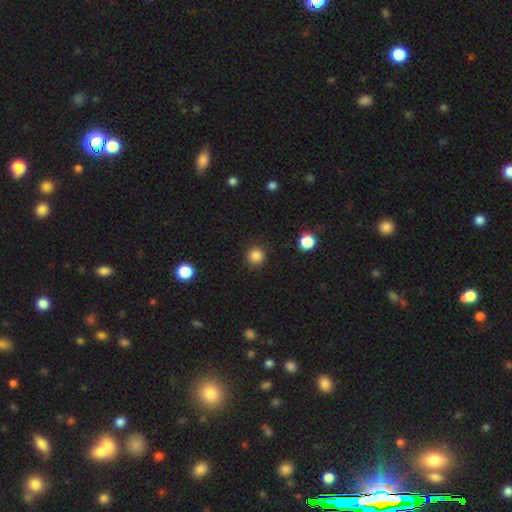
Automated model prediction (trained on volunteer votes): smooth_or_featured: smooth (p=0.85) [alt: star or artifact p=0.12]
how_rounded: round (p=0.94) [alt: in between p=0.05]
merging: none (p=0.90) [alt: minor disturbance p=0.06]